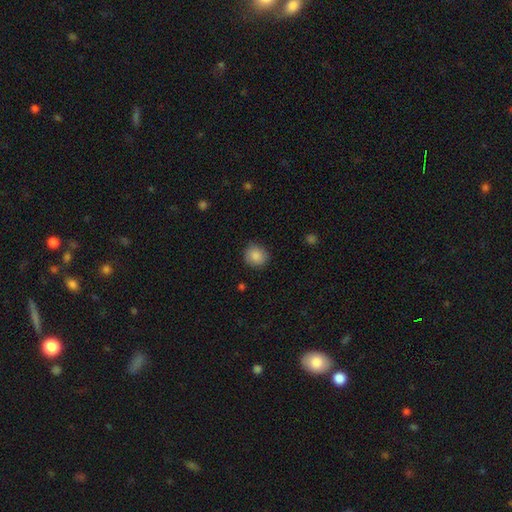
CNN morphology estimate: smooth_or_featured: smooth (p=0.87) [alt: star or artifact p=0.08]
how_rounded: round (p=0.80) [alt: in between p=0.19]
merging: none (p=0.86) [alt: minor disturbance p=0.11]